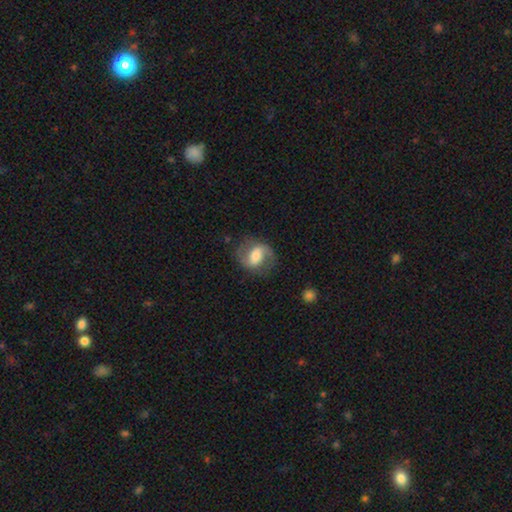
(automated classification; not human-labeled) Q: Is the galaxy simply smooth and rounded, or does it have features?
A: featured or disk — 61%.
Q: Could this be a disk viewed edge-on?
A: no — 96%.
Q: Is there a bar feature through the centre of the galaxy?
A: weak — 40%.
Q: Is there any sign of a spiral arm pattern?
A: yes — 83%.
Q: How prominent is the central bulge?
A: moderate — 52%.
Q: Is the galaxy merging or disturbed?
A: none — 73%.